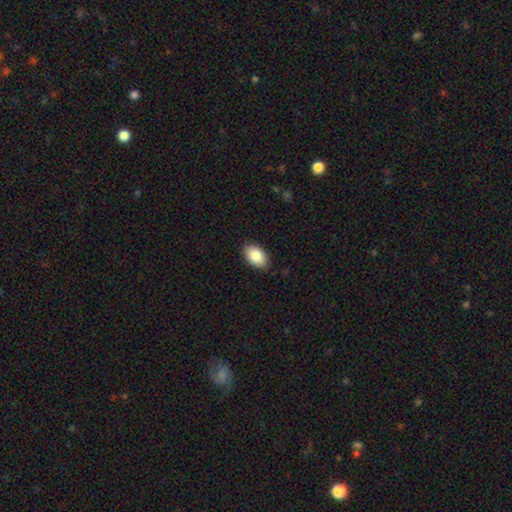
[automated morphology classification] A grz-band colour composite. It shows a smooth galaxy with no disk features (86%) that is in between round and cigar-shaped (93%). Merging: none (86%).